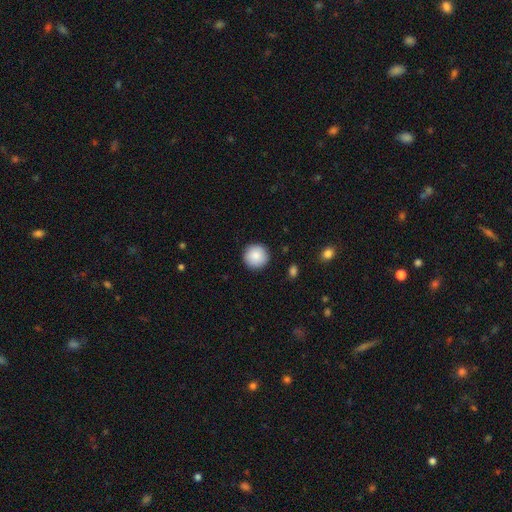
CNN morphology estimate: This appears to be a smooth galaxy with no disk features (88%) that is round (96%). Merging: none (91%).